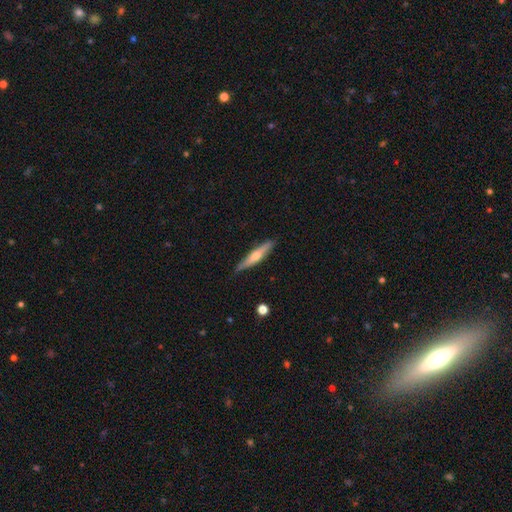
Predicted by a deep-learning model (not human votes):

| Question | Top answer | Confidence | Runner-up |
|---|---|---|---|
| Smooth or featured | featured or disk | 55% | smooth (39%) |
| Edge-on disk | yes | 95% | no (5%) |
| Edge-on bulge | rounded | 85% | none (9%) |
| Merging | none | 86% | minor disturbance (11%) |